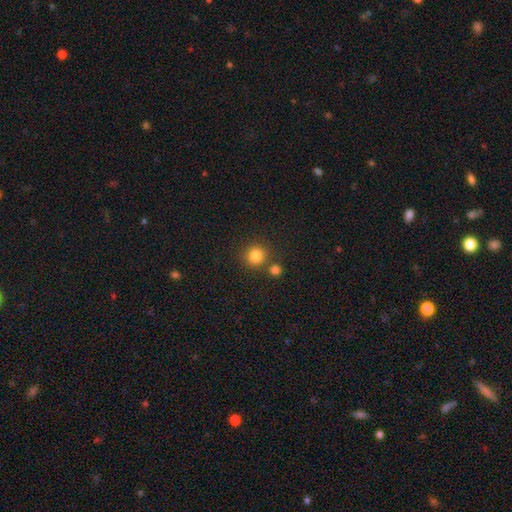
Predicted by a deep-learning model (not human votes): smooth-or-featured: smooth: 83% | star or artifact: 12% | featured or disk: 5%
  how-rounded: round: 91% | in between: 8% | cigar-shaped: 1%
  merging: none: 75% | merger: 14% | minor disturbance: 8% | major disturbance: 3%